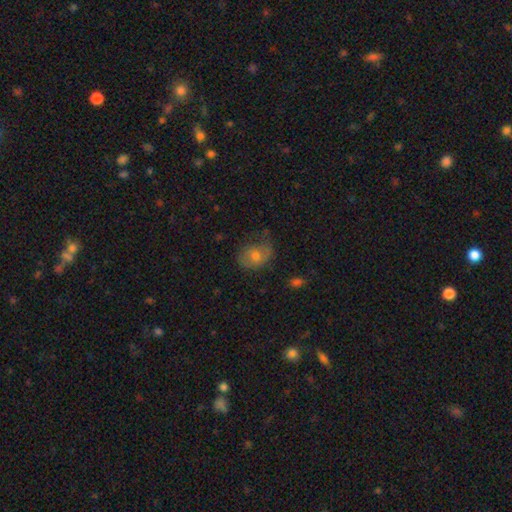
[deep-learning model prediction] Smooth or featured?
  - smooth: 56% *
  - featured or disk: 34%
  - star or artifact: 11%
How rounded?
  - in between: 60% *
  - round: 39%
  - cigar-shaped: 1%
Merging?
  - none: 54% *
  - minor disturbance: 29%
  - major disturbance: 15%
  - merger: 2%